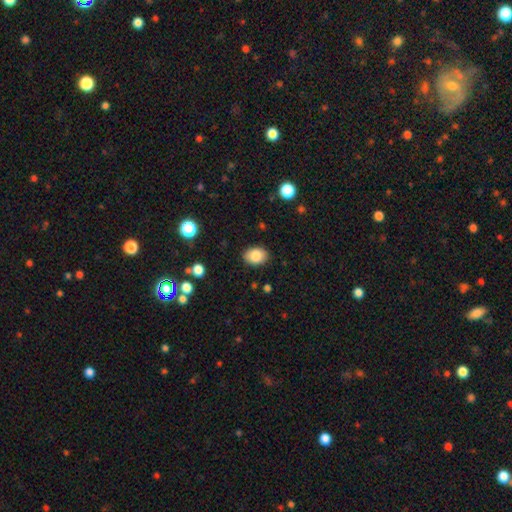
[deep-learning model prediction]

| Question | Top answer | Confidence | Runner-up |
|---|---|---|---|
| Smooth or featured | smooth | 84% | star or artifact (8%) |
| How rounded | in between | 69% | round (30%) |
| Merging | none | 87% | minor disturbance (9%) |